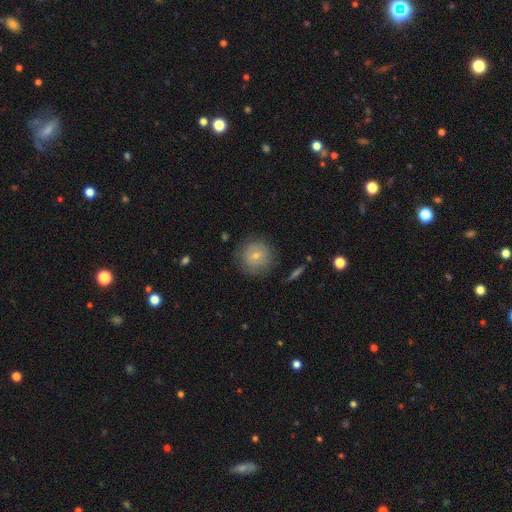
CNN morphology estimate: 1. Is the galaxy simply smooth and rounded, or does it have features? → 66% smooth, 26% featured or disk, 8% star or artifact.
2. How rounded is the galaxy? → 92% round, 7% in between, 1% cigar-shaped.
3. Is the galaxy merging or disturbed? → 80% none, 14% minor disturbance, 5% major disturbance, 1% merger.